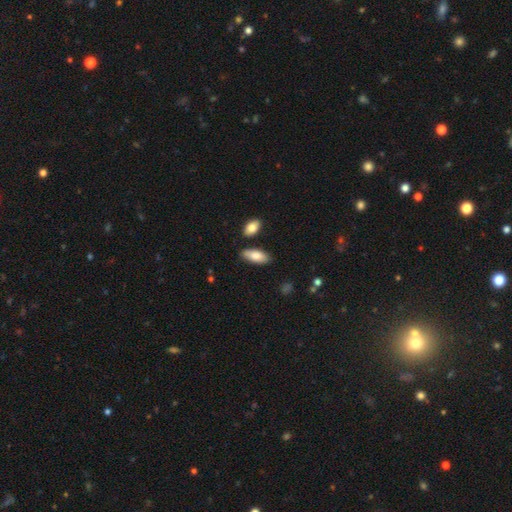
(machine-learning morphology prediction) The model was most divided on "merging": none: 77%, minor disturbance: 15%, merger: 5%, major disturbance: 3%. More confident: how rounded — in between (85%); smooth or featured — smooth (85%).